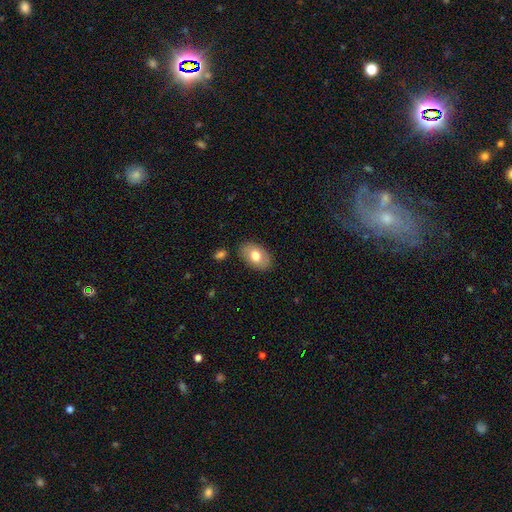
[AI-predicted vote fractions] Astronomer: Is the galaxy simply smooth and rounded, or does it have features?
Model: smooth — 72%.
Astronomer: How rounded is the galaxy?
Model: in between — 89%.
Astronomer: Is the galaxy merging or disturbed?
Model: none — 83%.